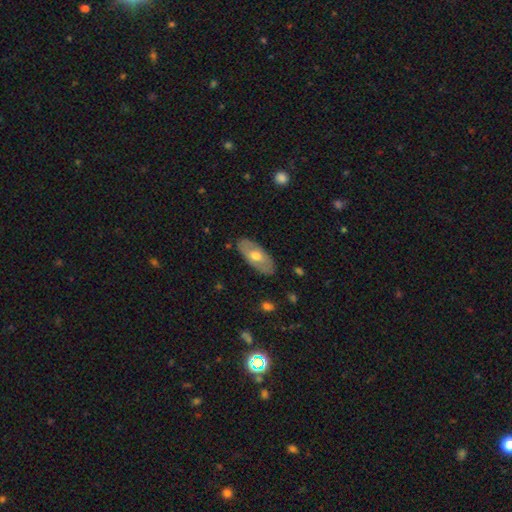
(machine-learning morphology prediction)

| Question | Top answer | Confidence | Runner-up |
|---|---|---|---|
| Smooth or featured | smooth | 51% | featured or disk (43%) |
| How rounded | in between | 89% | cigar-shaped (8%) |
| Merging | none | 85% | minor disturbance (11%) |